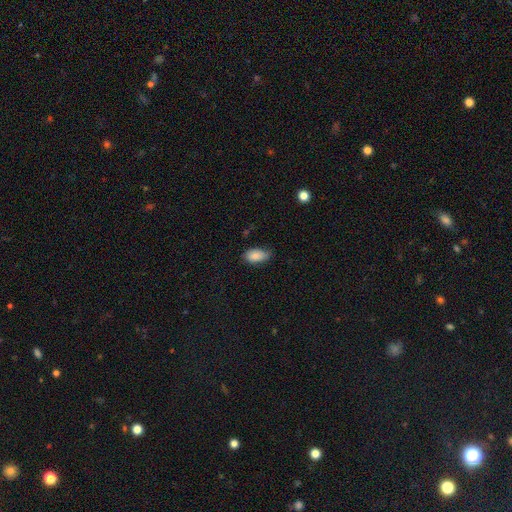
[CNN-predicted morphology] The model was most divided on "merging": none: 64%, minor disturbance: 30%, major disturbance: 5%, merger: 1%. More confident: how rounded — in between (93%); smooth or featured — smooth (86%).